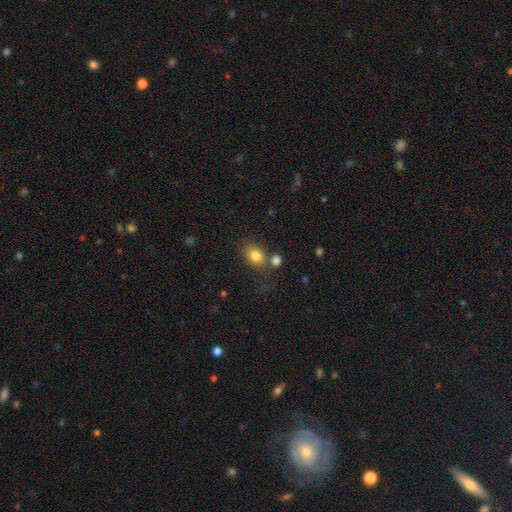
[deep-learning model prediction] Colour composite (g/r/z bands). It shows a smooth galaxy with no disk features (82%) that is in between round and cigar-shaped (51%). Merging: none (63%).